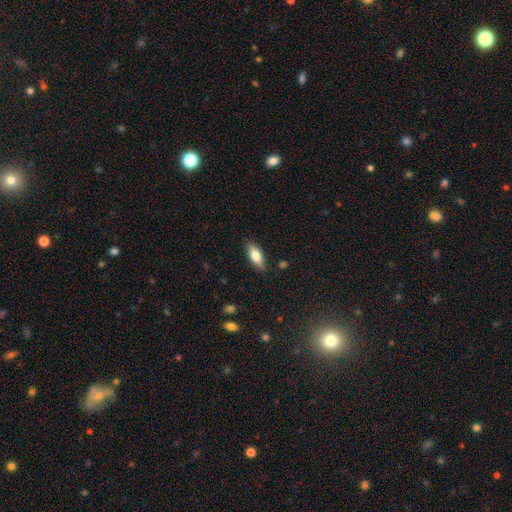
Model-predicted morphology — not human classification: Q: Smooth or featured?
A: smooth (77%); runner-up: featured or disk (16%)
Q: How rounded?
A: in between (80%); runner-up: cigar-shaped (18%)
Q: Merging?
A: none (86%); runner-up: minor disturbance (10%)